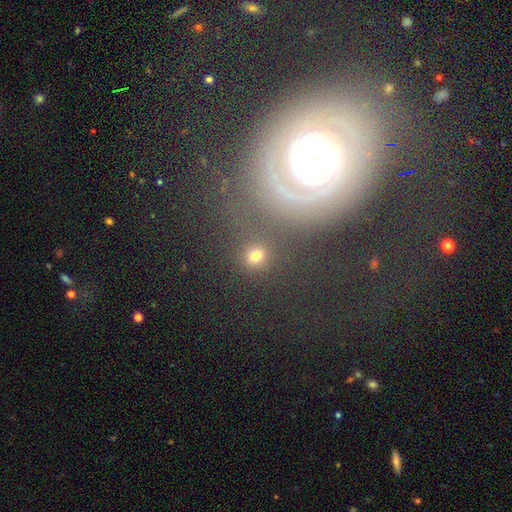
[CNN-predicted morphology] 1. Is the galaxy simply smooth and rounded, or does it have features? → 71% smooth, 23% star or artifact, 7% featured or disk.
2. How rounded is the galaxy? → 78% round, 20% in between, 2% cigar-shaped.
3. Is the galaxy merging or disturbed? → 85% none, 7% minor disturbance, 4% merger, 4% major disturbance.